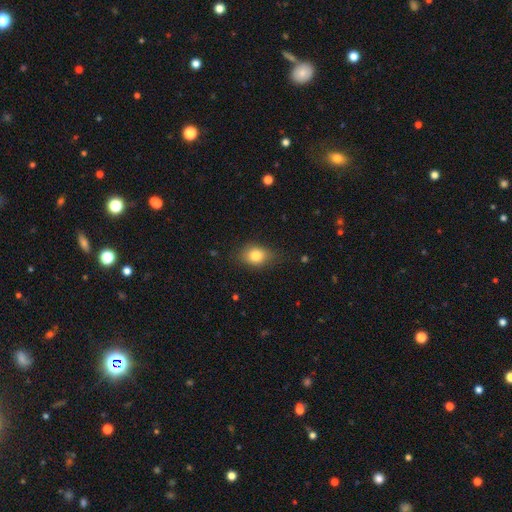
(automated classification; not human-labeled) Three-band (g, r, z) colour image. It shows a smooth galaxy with no disk features (81%) that is in between round and cigar-shaped (62%). Merging: none (77%).